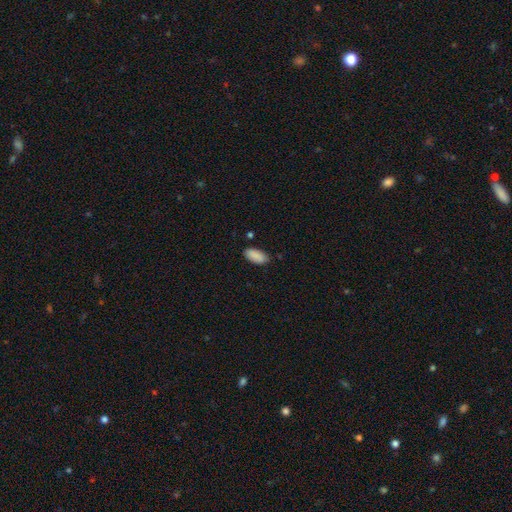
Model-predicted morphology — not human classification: This is clearly a smooth galaxy (90%). How rounded: clearly in between (92%). Merging: clearly none (83%).